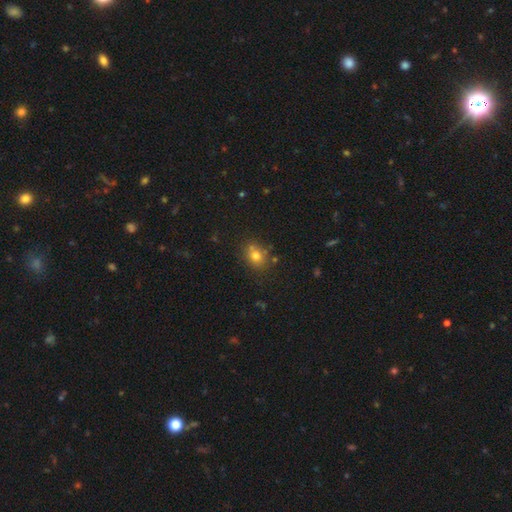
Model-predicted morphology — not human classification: Smooth or featured?
  - smooth: 74% *
  - star or artifact: 14%
  - featured or disk: 12%
How rounded?
  - in between: 50% *
  - round: 48%
  - cigar-shaped: 2%
Merging?
  - none: 71% *
  - minor disturbance: 16%
  - merger: 8%
  - major disturbance: 4%